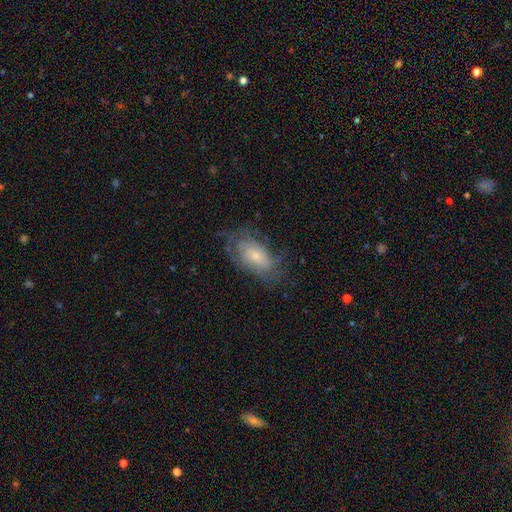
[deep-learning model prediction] Smooth or featured?
  - featured or disk: 54% *
  - smooth: 38%
  - star or artifact: 8%
Edge-on disk?
  - no: 93% *
  - yes: 7%
Bar?
  - no: 74% *
  - weak: 22%
  - strong: 4%
Spiral arms?
  - yes: 72% *
  - no: 28%
Bulge size?
  - small: 65% *
  - moderate: 28%
  - large: 3%
  - none: 3%
  - dominant: 1%
Merging?
  - none: 58% *
  - minor disturbance: 24%
  - major disturbance: 17%
  - merger: 1%